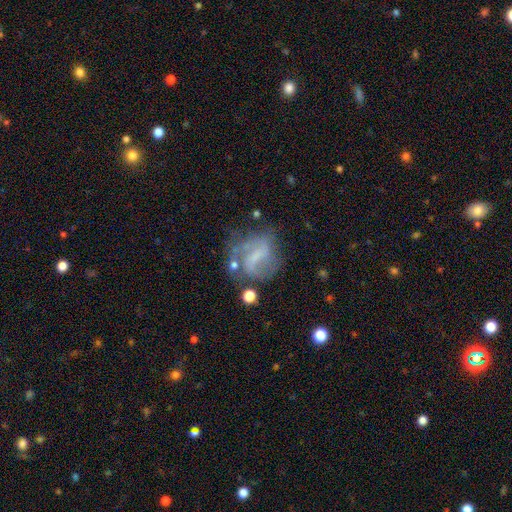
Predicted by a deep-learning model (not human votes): This is likely a featured or disk galaxy (64%). It is clearly not viewed edge-on (96%). Bar: marginally weak (42%). Spiral arm pattern: likely yes (68%). Central bulge: possibly none (48%). Merging: possibly none (48%).